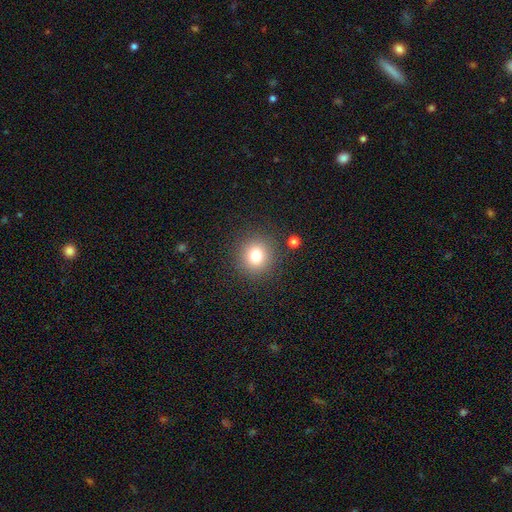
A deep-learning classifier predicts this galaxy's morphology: Overall: smooth (78%). How rounded: round (90%). Merging: none (87%).